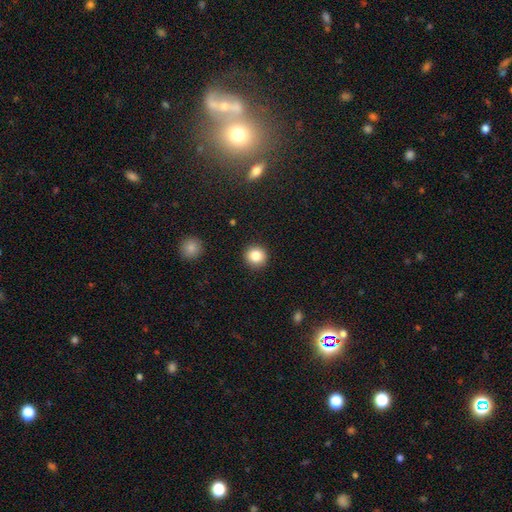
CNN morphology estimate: Smooth or featured? smooth (84%)
How rounded? round (93%)
Merging? none (92%)